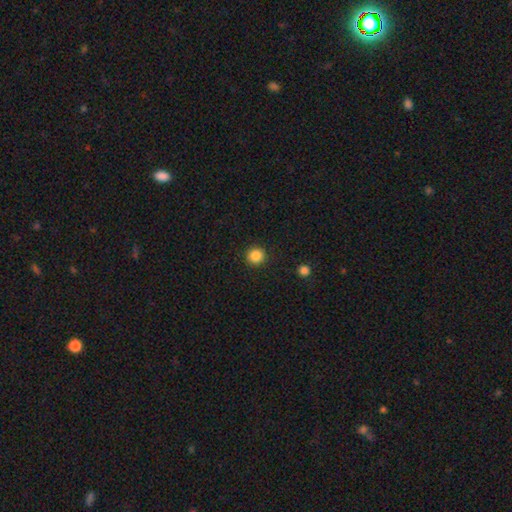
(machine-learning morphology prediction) smooth_or_featured: smooth (p=0.86) [alt: star or artifact p=0.11]
how_rounded: round (p=0.94) [alt: in between p=0.05]
merging: none (p=0.92) [alt: minor disturbance p=0.05]